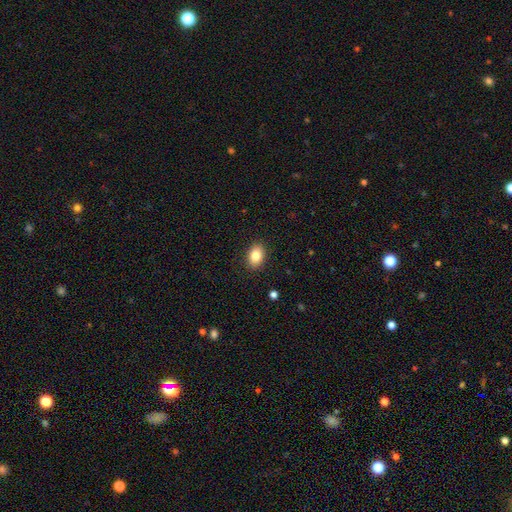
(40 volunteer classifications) This appears to be a smooth galaxy with no disk features (85%) that is in between round and cigar-shaped (71%). Merging: none (97%).